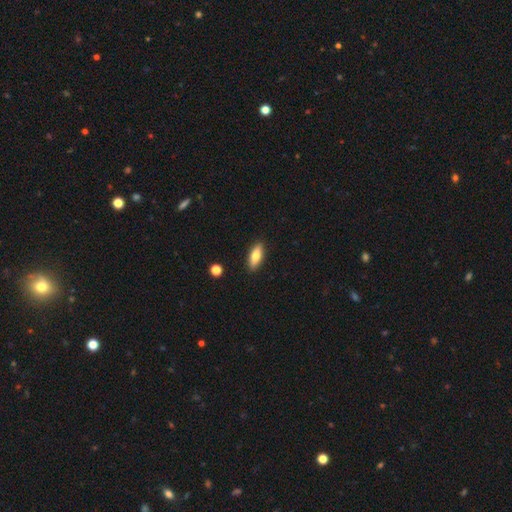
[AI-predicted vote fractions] smooth_or_featured: smooth (p=0.76) [alt: featured or disk p=0.17]
how_rounded: in between (p=0.68) [alt: cigar-shaped p=0.29]
merging: none (p=0.89) [alt: minor disturbance p=0.08]